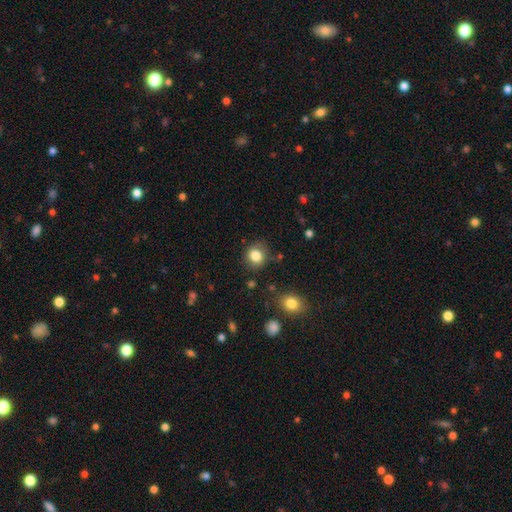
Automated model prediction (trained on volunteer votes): Smooth or featured? smooth (84%)
How rounded? round (80%)
Merging? none (82%)